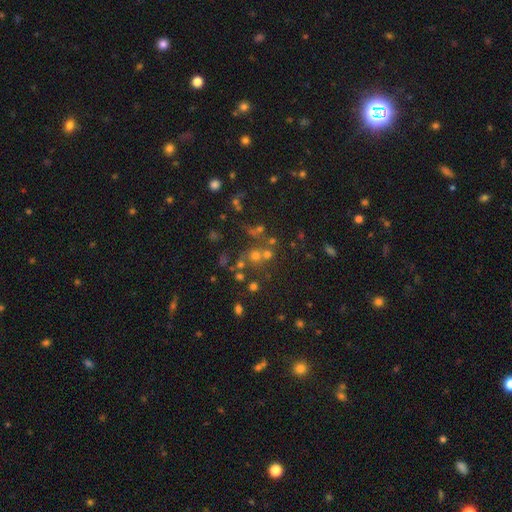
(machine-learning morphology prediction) smooth_or_featured: smooth (p=0.44) [alt: star or artifact p=0.39]
merging: none (p=0.56) [alt: merger p=0.28]